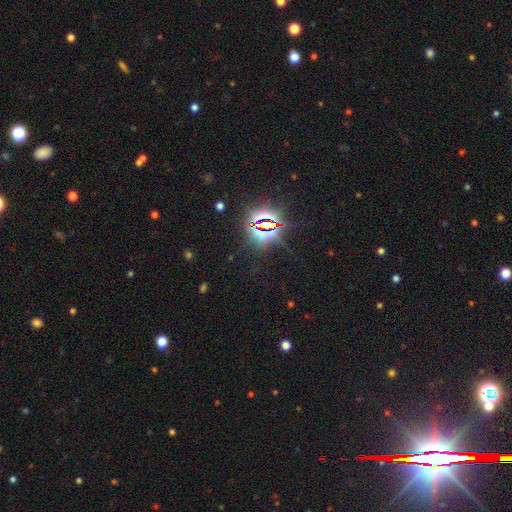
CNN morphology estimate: This appears to be a star or artifact, not a galaxy (83%).